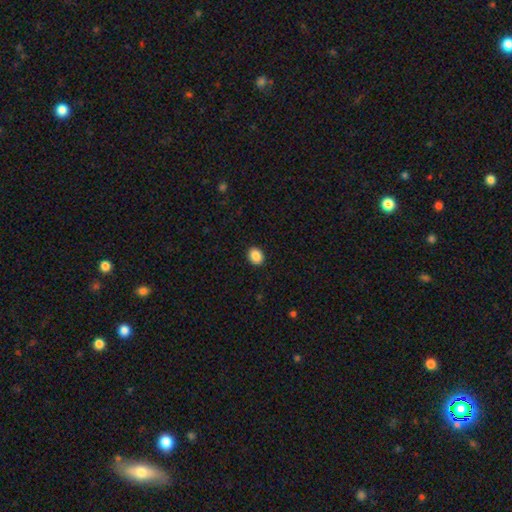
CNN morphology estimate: smooth 88%, star or artifact 8%, featured or disk 4%. Down the decision tree: how rounded — round (53%); merging — none (91%).